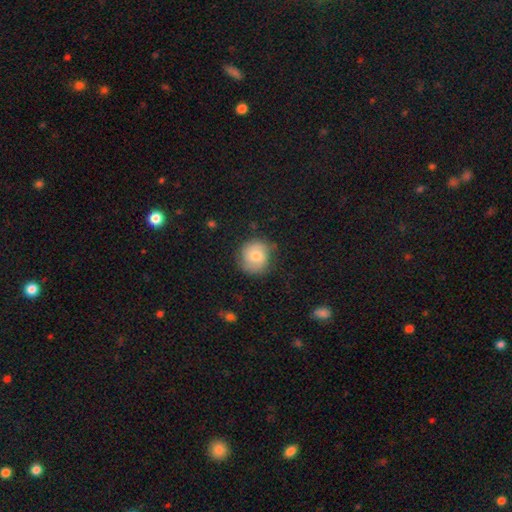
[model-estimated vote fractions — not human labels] Smooth or featured: smooth — 67% (featured or disk — 25%)
How rounded: round — 88% (in between — 11%)
Merging: none — 73% (minor disturbance — 21%)